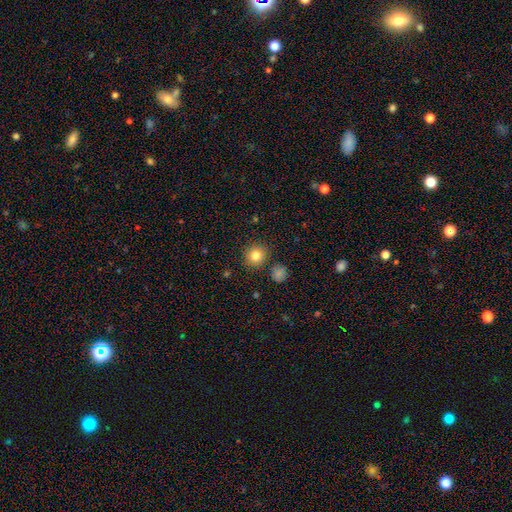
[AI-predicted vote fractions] A smooth galaxy with no disk features (82%) that is round (89%).

Vote fractions:
- Smooth or featured? smooth: 82% / star or artifact: 11% / featured or disk: 6%
- How rounded? round: 89% / in between: 10% / cigar-shaped: 1%
- Merging? none: 87% / minor disturbance: 7% / merger: 4% / major disturbance: 2%